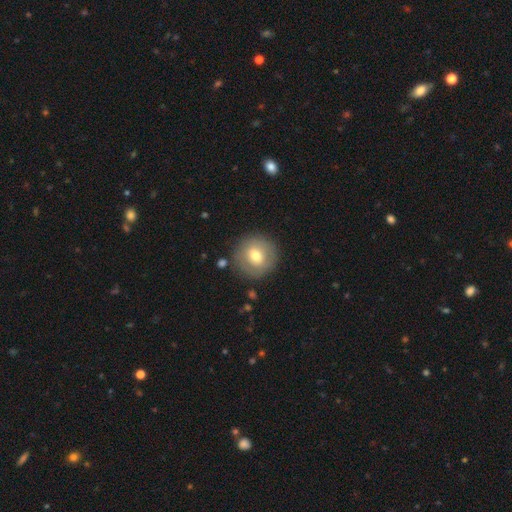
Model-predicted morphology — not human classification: Smooth or featured?
  - smooth: 65% *
  - featured or disk: 27%
  - star or artifact: 8%
How rounded?
  - round: 94% *
  - in between: 5%
  - cigar-shaped: 1%
Merging?
  - none: 84% *
  - minor disturbance: 10%
  - major disturbance: 4%
  - merger: 2%